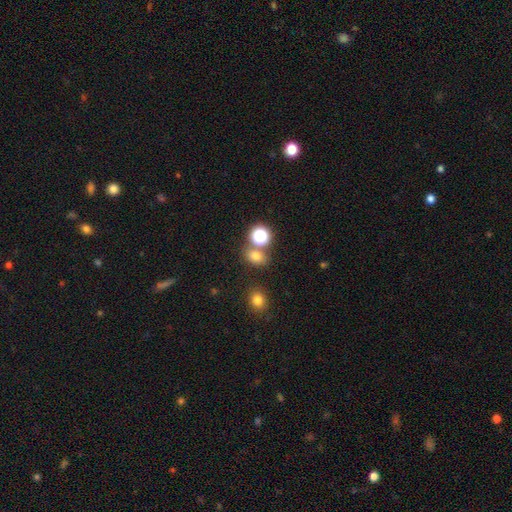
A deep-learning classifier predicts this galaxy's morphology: This appears to be a smooth galaxy with no disk features (71%) that is in between round and cigar-shaped (50%). Merging: none (67%).